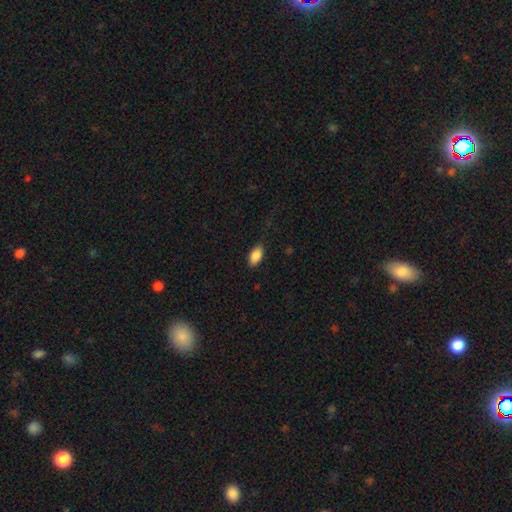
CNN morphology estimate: smooth-or-featured: smooth: 88% | star or artifact: 7% | featured or disk: 5%
  how-rounded: in between: 92% | cigar-shaped: 4% | round: 4%
  merging: none: 85% | minor disturbance: 11% | major disturbance: 3% | merger: 1%